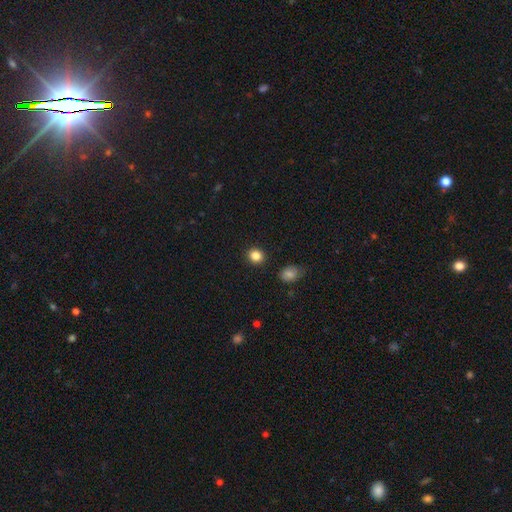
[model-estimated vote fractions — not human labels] Morphology: type=smooth (85%); roundness=round (77%); merging=none (90%).